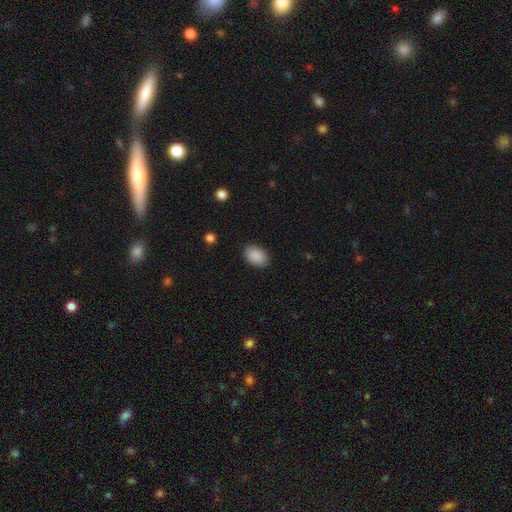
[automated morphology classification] smooth_or_featured: smooth (p=0.90) [alt: star or artifact p=0.07]
how_rounded: in between (p=0.88) [alt: round p=0.11]
merging: none (p=0.87) [alt: minor disturbance p=0.09]